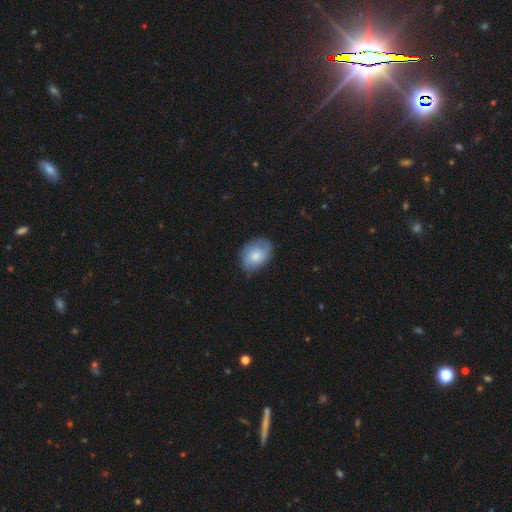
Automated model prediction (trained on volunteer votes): Smooth or featured? smooth (63%)
How rounded? in between (71%)
Merging? none (72%)